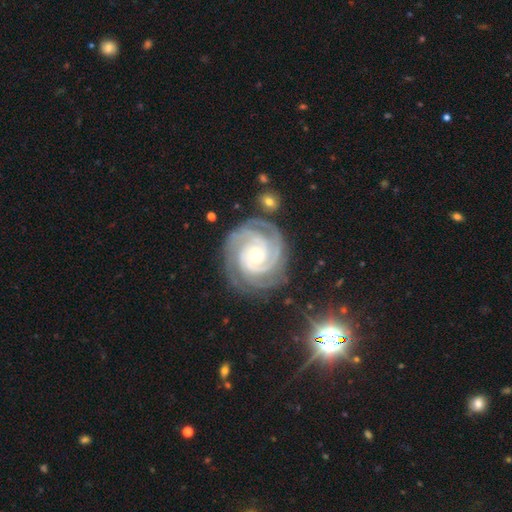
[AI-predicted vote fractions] Morphology: type=featured or disk (91%); edge-on=no (98%); bar=no (72%); spiral arms=yes (98%); winding=tight (80%); arm count=3 (38%); bulge=small (58%); merging=none (76%).